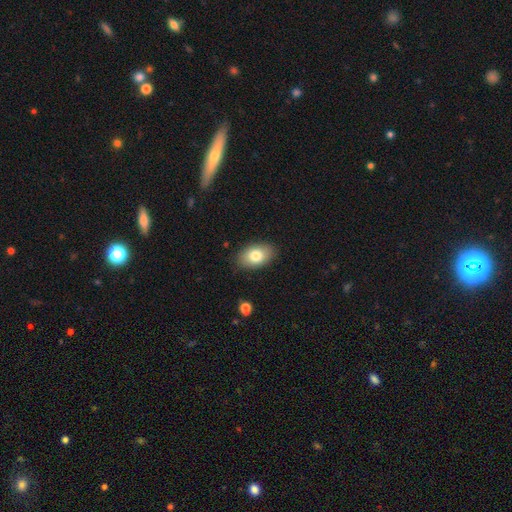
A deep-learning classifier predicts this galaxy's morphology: Q: Smooth or featured?
A: smooth (79%); runner-up: featured or disk (14%)
Q: How rounded?
A: in between (89%); runner-up: round (10%)
Q: Merging?
A: none (86%); runner-up: minor disturbance (11%)